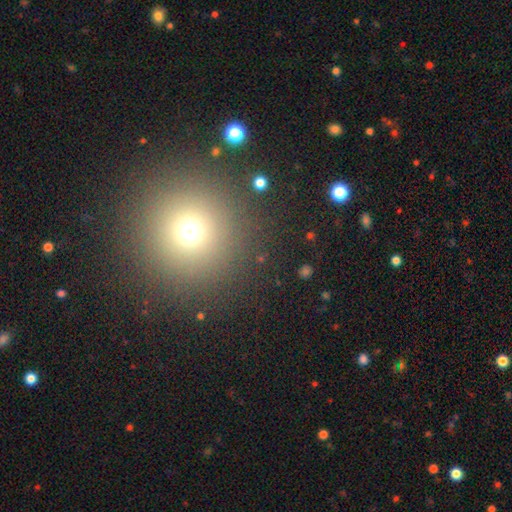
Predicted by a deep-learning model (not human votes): Smooth or featured? smooth (61%)
How rounded? round (95%)
Merging? none (90%)